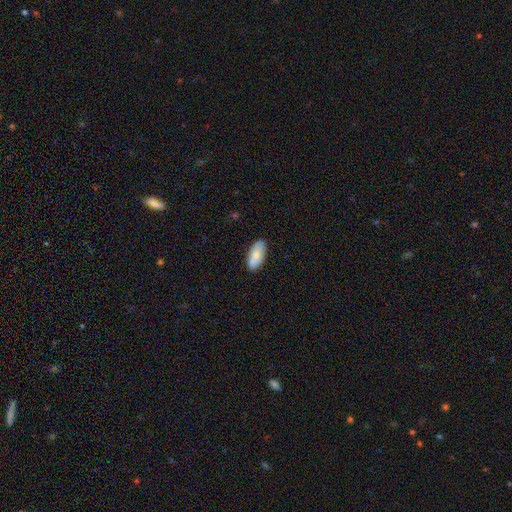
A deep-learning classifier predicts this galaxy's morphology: smooth-or-featured: smooth: 75% | featured or disk: 19% | star or artifact: 6%
  how-rounded: in between: 90% | cigar-shaped: 8% | round: 2%
  merging: none: 81% | minor disturbance: 14% | merger: 3% | major disturbance: 2%